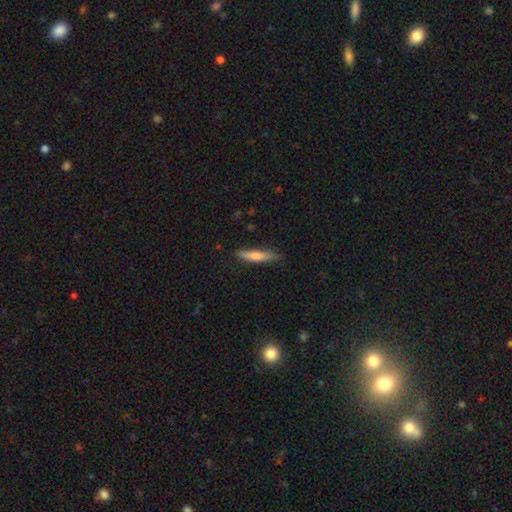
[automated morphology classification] Overall: smooth (59%; featured or disk 34%). How rounded: cigar-shaped (90%). Merging: none (87%).